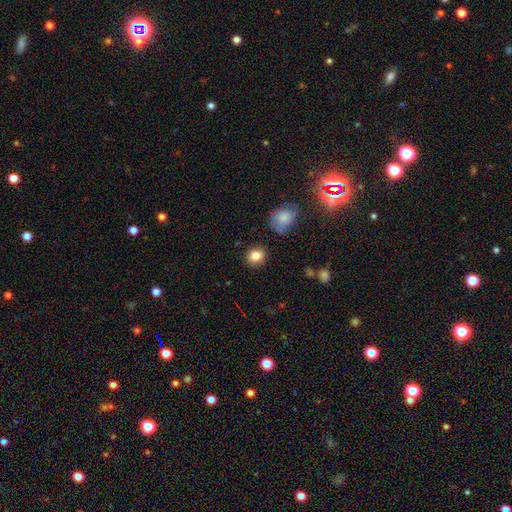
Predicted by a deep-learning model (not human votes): A smooth galaxy with no disk features (83%) that is round (74%). Merging: none (87%).